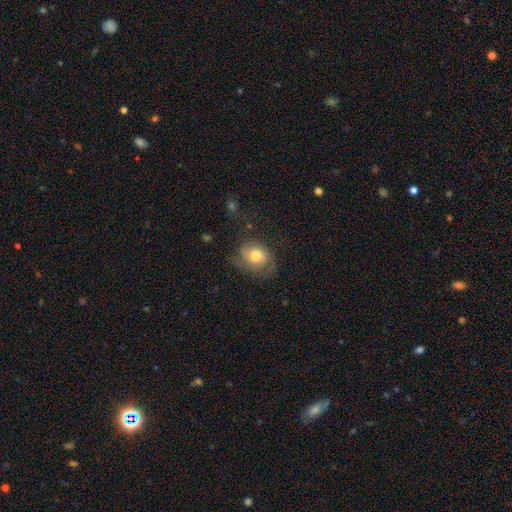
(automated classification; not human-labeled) Q: Smooth or featured?
A: smooth (66%); runner-up: featured or disk (26%)
Q: How rounded?
A: round (53%); runner-up: in between (46%)
Q: Merging?
A: none (49%); runner-up: minor disturbance (28%)